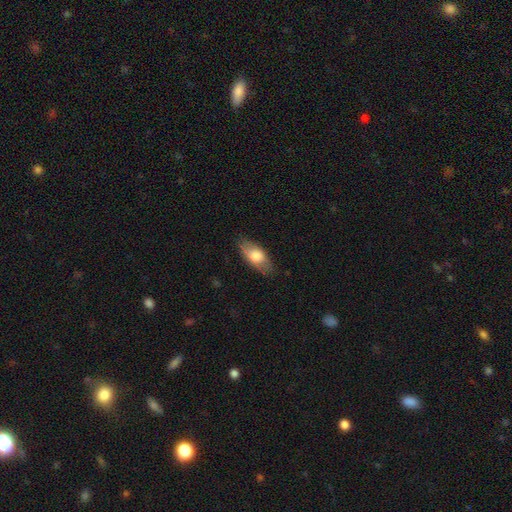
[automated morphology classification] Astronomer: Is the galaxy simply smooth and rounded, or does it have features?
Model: smooth — 70%.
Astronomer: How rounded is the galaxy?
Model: in between — 85%.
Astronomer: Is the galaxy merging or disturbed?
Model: none — 79%.